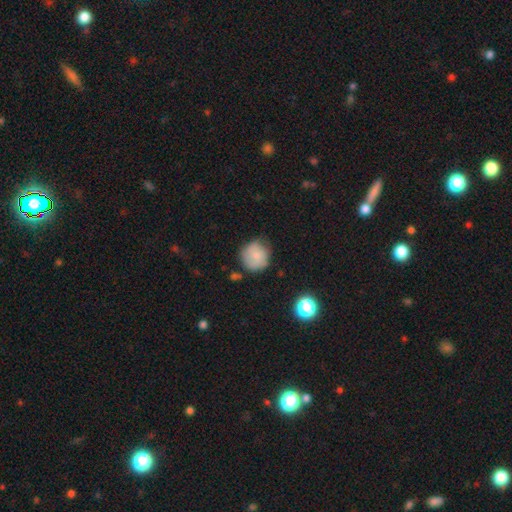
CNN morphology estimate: A smooth galaxy with no disk features (75%) that is round (90%). Merging: none (64%).